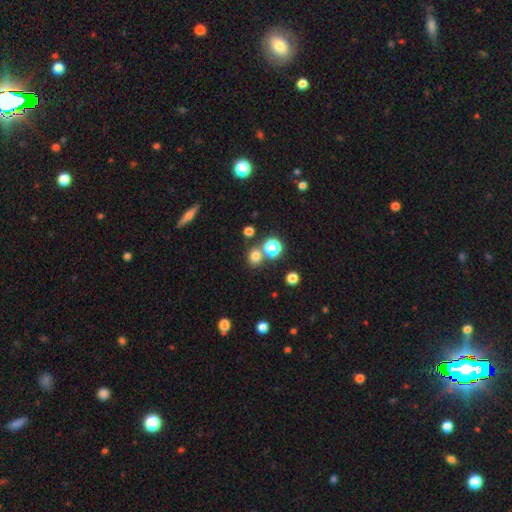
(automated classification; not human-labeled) Smooth or featured: smooth — 73% (star or artifact — 20%)
How rounded: round — 77% (in between — 22%)
Merging: none — 72% (merger — 16%)